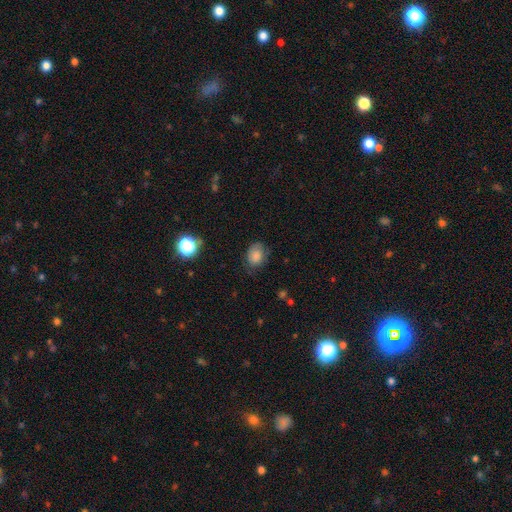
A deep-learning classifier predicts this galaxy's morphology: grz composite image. It shows a smooth galaxy with no disk features (79%) that is in between round and cigar-shaped (63%). Merging: none (67%).